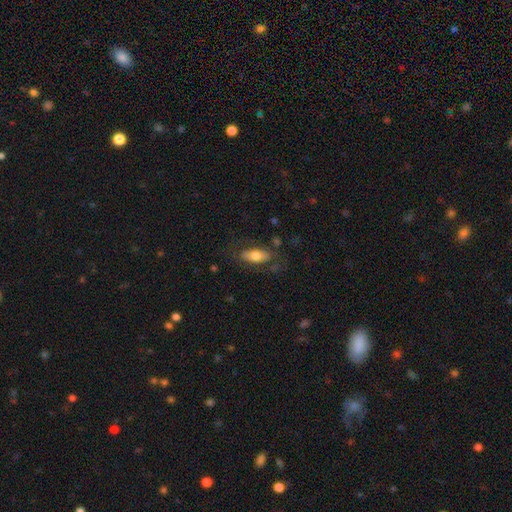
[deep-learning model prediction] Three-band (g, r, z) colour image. It shows a smooth galaxy with no disk features (67%) that is in between round and cigar-shaped (83%). Merging: none (70%).